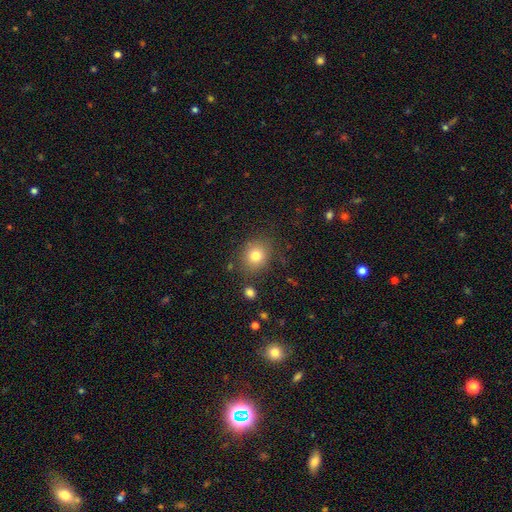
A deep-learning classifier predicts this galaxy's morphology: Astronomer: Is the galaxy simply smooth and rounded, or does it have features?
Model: smooth — 79%.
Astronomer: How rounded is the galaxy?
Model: round — 74%.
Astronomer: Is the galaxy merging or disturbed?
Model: none — 83%.